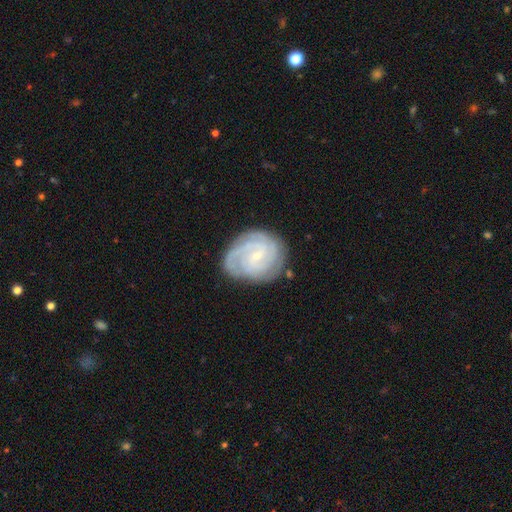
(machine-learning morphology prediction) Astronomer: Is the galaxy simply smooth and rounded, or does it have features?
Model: featured or disk — 84%.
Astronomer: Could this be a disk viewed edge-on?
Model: no — 98%.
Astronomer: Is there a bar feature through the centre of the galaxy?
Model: weak — 46% (runner-up: no, 45%).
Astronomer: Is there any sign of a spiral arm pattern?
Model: yes — 96%.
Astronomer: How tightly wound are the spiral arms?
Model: tight — 66%.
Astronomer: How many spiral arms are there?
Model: can't tell — 27% (runner-up: 3, 26%).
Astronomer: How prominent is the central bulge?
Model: small — 80%.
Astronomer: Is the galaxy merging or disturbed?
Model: none — 74%.